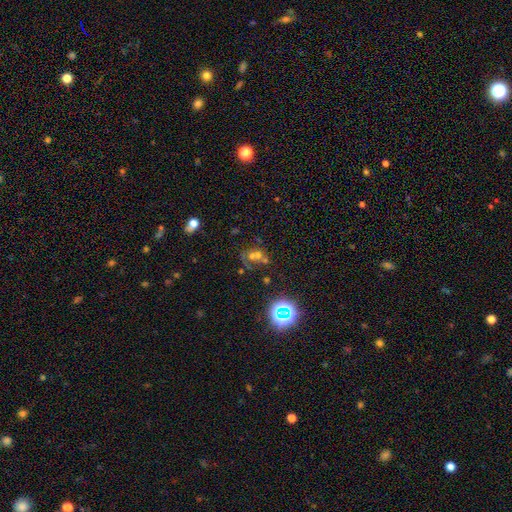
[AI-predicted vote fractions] This appears to be a smooth galaxy with no disk features (37%). Merging: merger (48%).